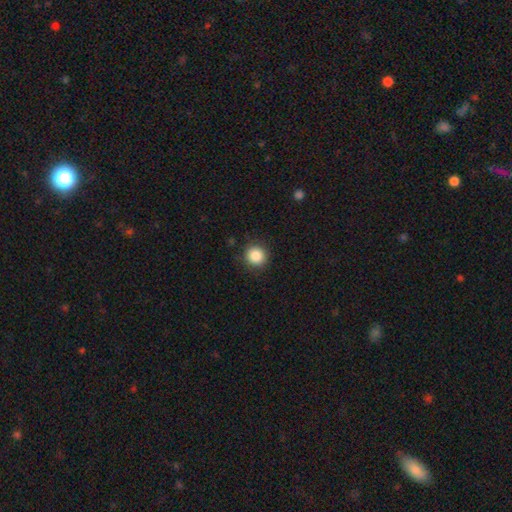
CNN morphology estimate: Smooth or featured? smooth (87%)
How rounded? round (93%)
Merging? none (89%)